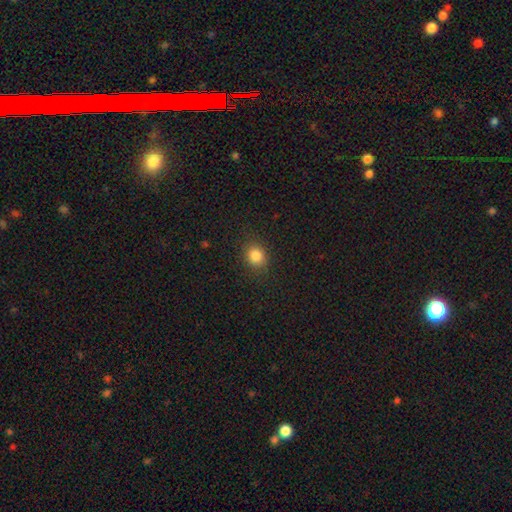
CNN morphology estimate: type=smooth (84%); roundness=round (71%); merging=none (87%).